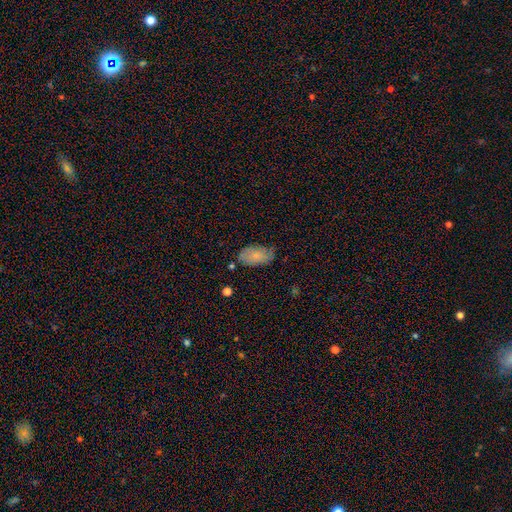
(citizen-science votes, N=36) This appears to be a smooth galaxy with no disk features (83%) that is in between round and cigar-shaped (93%). Merging: none (75%).